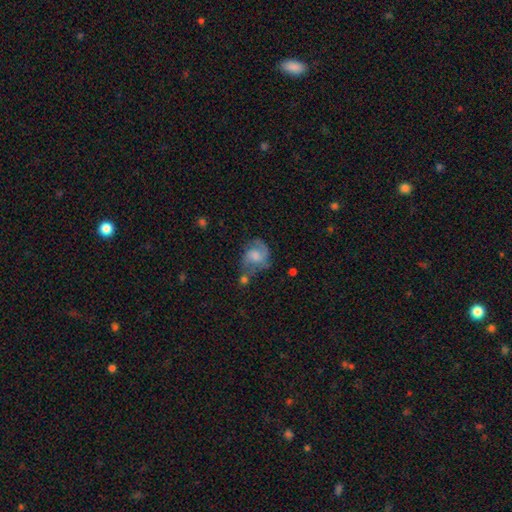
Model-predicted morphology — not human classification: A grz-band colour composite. It shows a featured or disk galaxy (56%) with no bar (66%), spiral arms (84%) and a moderate central bulge (34%). Merging: none (42%).